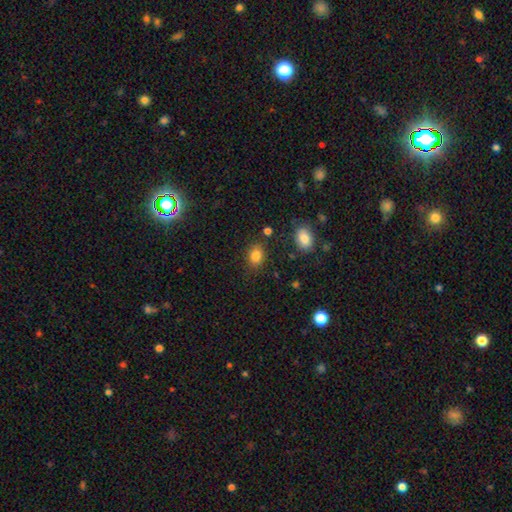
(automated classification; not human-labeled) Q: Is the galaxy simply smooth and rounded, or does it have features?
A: smooth — 84%.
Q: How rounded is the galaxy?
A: in between — 67%.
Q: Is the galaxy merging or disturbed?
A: none — 80%.